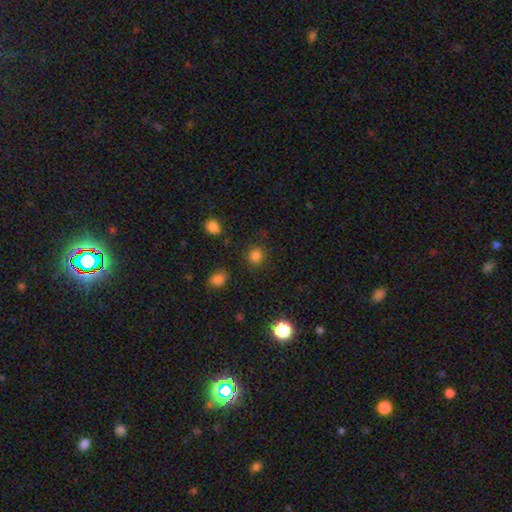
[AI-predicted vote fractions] Smooth or featured? smooth (82%)
How rounded? round (89%)
Merging? none (87%)